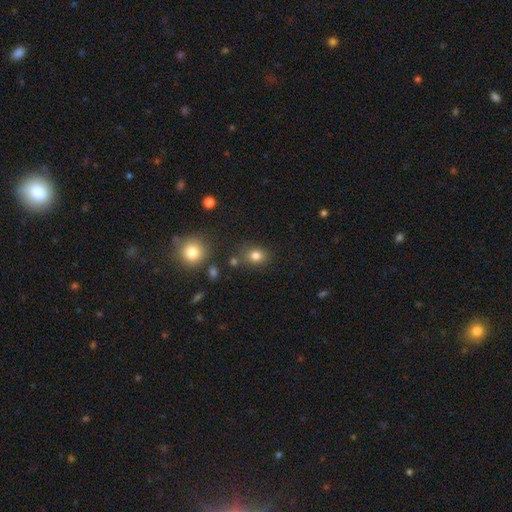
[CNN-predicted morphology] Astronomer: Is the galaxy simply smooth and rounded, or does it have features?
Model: smooth — 80%.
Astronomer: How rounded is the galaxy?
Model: round — 59% (runner-up: in between, 40%).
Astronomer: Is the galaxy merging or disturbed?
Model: none — 77%.